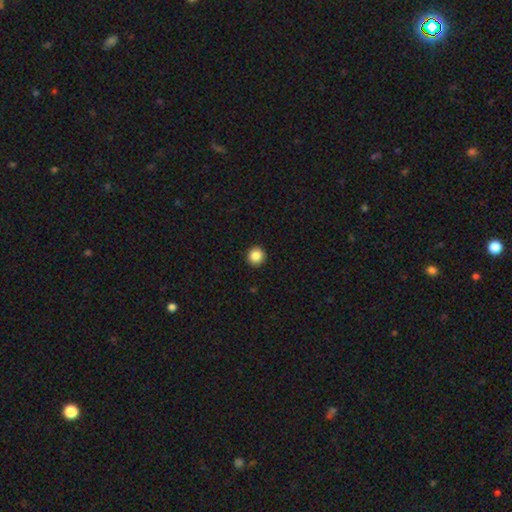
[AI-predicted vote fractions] A smooth galaxy with no disk features (87%) that is round (95%).

Vote fractions:
- Smooth or featured? smooth: 87% / star or artifact: 10% / featured or disk: 4%
- How rounded? round: 95% / in between: 4% / cigar-shaped: 1%
- Merging? none: 94% / minor disturbance: 4% / major disturbance: 1% / merger: 1%